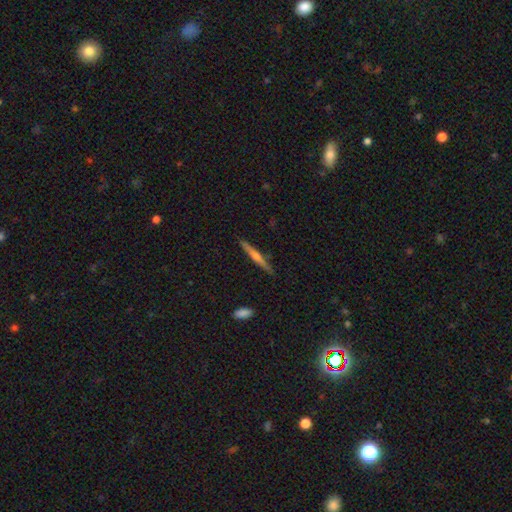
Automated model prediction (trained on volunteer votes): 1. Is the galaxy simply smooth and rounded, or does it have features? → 68% featured or disk, 25% smooth, 7% star or artifact.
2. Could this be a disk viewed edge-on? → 98% yes, 2% no.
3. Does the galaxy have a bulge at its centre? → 78% rounded, 15% none, 7% boxy.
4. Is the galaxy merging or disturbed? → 91% none, 7% minor disturbance, 1% major disturbance, 1% merger.